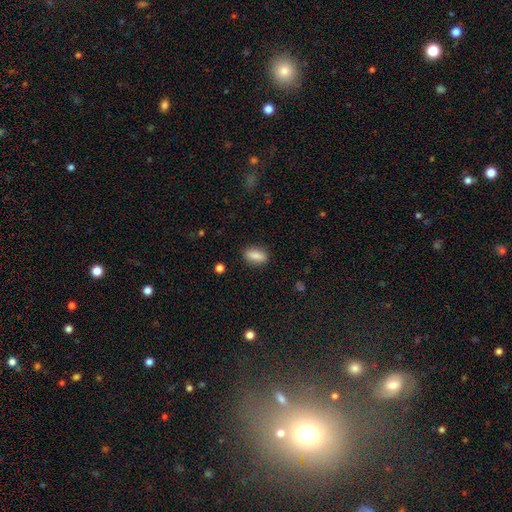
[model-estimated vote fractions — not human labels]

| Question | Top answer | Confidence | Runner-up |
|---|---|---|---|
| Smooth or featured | smooth | 86% | star or artifact (7%) |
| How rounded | in between | 84% | cigar-shaped (11%) |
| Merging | none | 87% | minor disturbance (9%) |